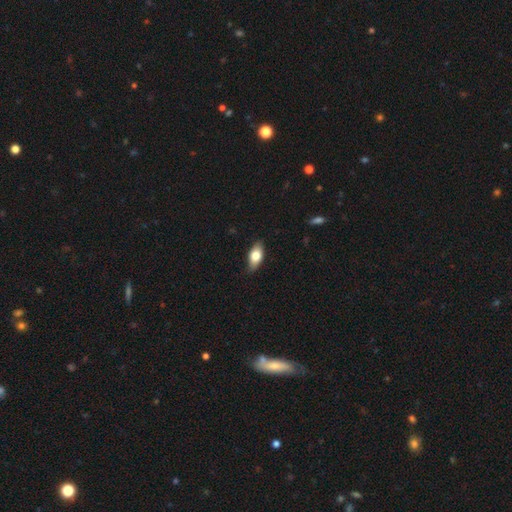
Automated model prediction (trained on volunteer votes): Overall: smooth (73%). How rounded: in between (87%). Merging: none (81%).